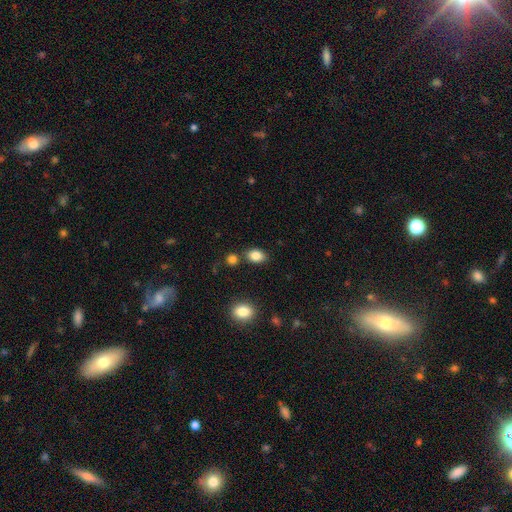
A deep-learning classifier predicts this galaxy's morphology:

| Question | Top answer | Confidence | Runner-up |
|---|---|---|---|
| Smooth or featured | smooth | 85% | star or artifact (9%) |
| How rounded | in between | 77% | round (22%) |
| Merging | none | 76% | minor disturbance (12%) |